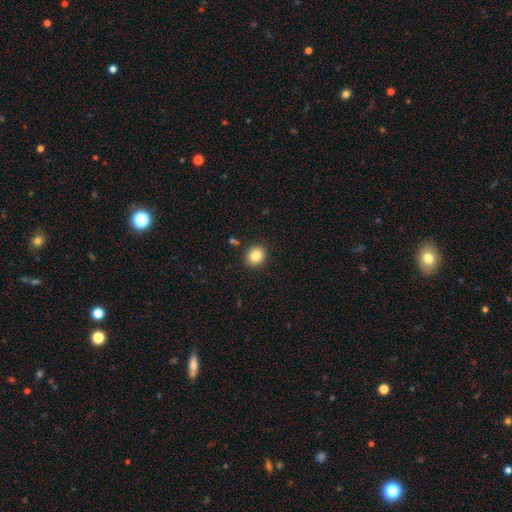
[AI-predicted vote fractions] Smooth or featured? Predicted: smooth (p=0.85). How rounded? Predicted: round (p=0.73). Merging? Predicted: none (p=0.89).